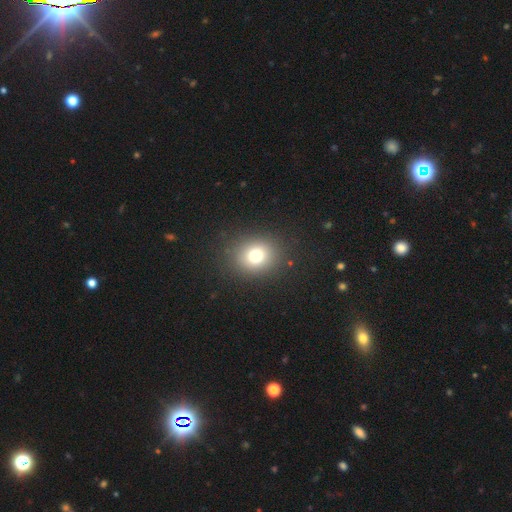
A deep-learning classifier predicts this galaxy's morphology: Smooth or featured? Predicted: smooth (p=0.75). How rounded? Predicted: round (p=0.68). Merging? Predicted: none (p=0.88).